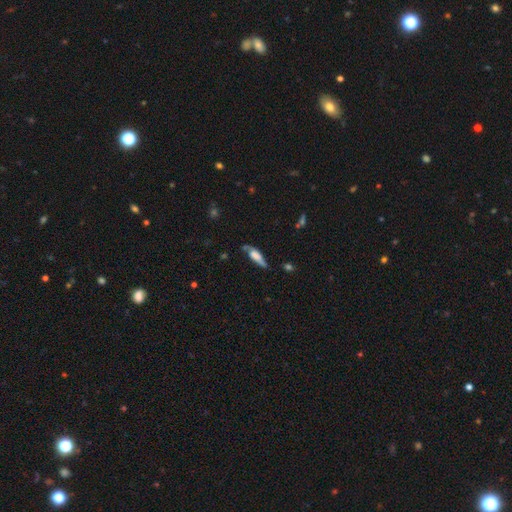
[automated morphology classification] Smooth or featured: smooth — 51% (featured or disk — 41%)
How rounded: cigar-shaped — 52% (in between — 46%)
Merging: none — 53% (minor disturbance — 31%)